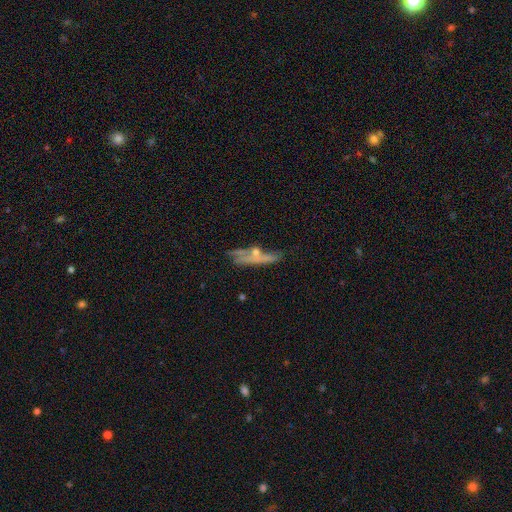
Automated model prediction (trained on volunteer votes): Smooth or featured?
  - featured or disk: 47% *
  - smooth: 44%
  - star or artifact: 9%
Merging?
  - none: 51% *
  - minor disturbance: 23%
  - merger: 15%
  - major disturbance: 11%